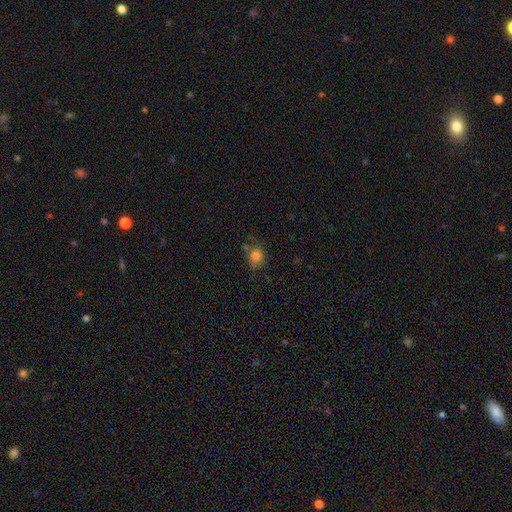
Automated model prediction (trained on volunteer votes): smooth_or_featured: smooth (p=0.79) [alt: star or artifact p=0.12]
how_rounded: round (p=0.53) [alt: in between p=0.46]
merging: none (p=0.58) [alt: minor disturbance p=0.26]